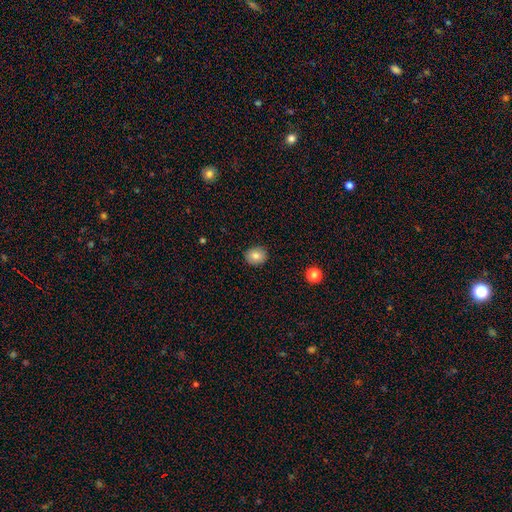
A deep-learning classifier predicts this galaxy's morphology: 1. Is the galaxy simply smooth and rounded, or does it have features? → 82% smooth, 9% star or artifact, 9% featured or disk.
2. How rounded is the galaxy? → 75% round, 24% in between, 1% cigar-shaped.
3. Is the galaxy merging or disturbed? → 90% none, 7% minor disturbance, 2% major disturbance, 1% merger.